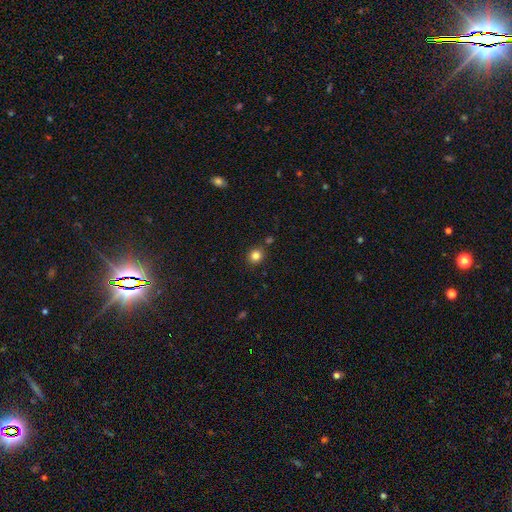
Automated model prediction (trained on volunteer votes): Smooth or featured? smooth (83%)
How rounded? round (82%)
Merging? none (85%)